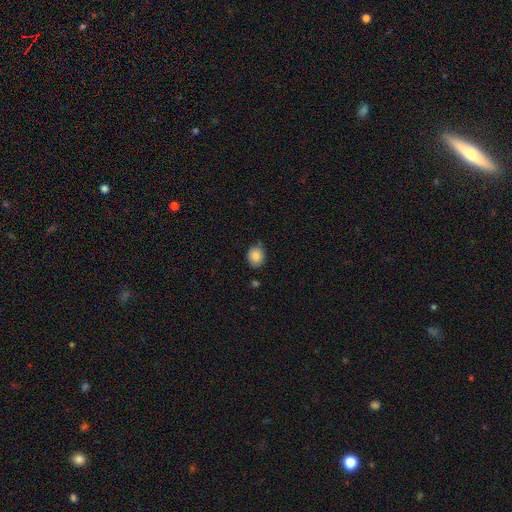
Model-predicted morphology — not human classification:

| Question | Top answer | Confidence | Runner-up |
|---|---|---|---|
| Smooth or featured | smooth | 86% | star or artifact (8%) |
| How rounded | round | 66% | in between (33%) |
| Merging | none | 75% | minor disturbance (19%) |